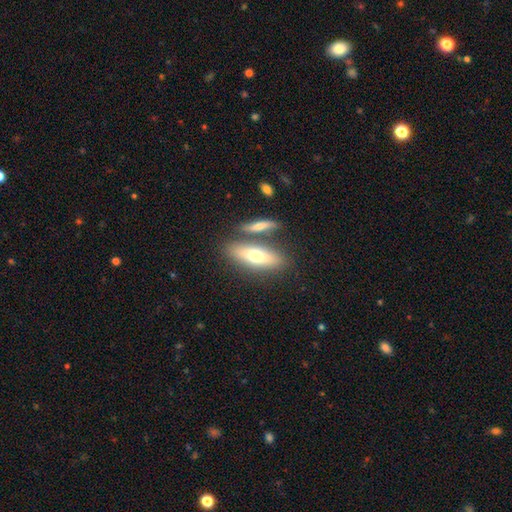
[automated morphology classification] This appears to be a smooth galaxy with no disk features (62%) that is in between round and cigar-shaped (55%). Merging: none (66%).